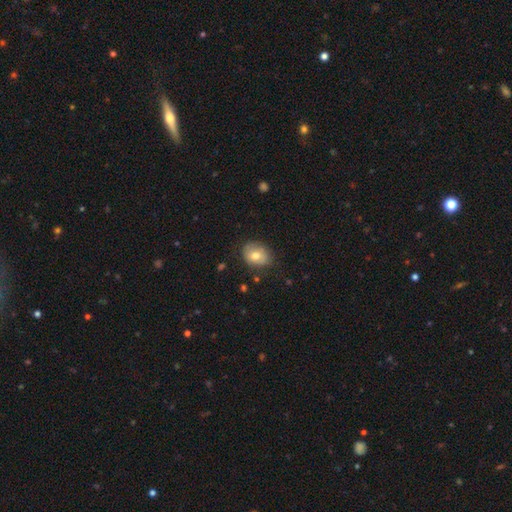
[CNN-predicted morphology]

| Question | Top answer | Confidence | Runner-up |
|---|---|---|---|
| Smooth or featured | smooth | 72% | featured or disk (20%) |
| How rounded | round | 50% | in between (49%) |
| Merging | none | 75% | minor disturbance (19%) |